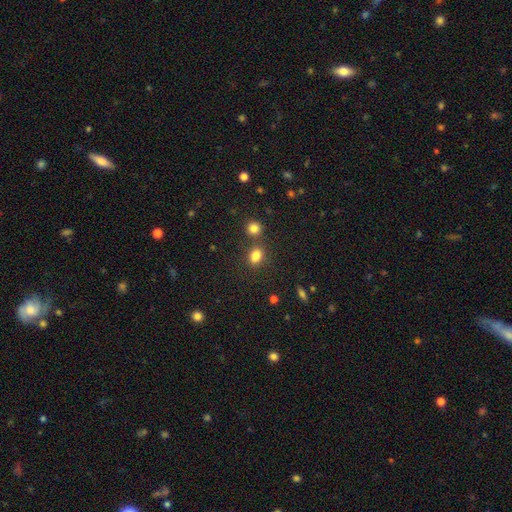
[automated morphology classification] Smooth or featured?
  - smooth: 82% *
  - star or artifact: 12%
  - featured or disk: 6%
How rounded?
  - in between: 67% *
  - round: 31%
  - cigar-shaped: 2%
Merging?
  - none: 67% *
  - merger: 18%
  - minor disturbance: 11%
  - major disturbance: 4%